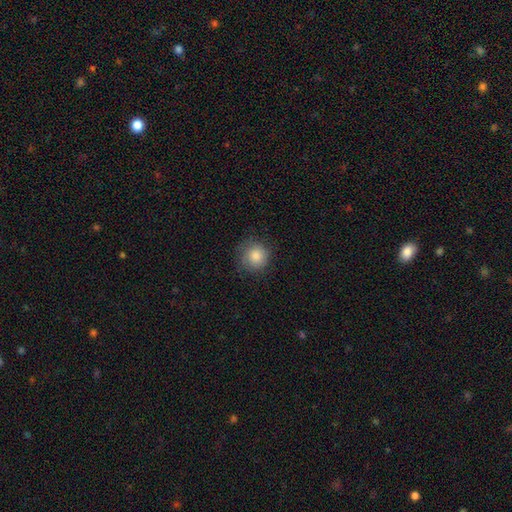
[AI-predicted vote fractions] Overall: smooth (83%). How rounded: round (91%). Merging: none (77%).